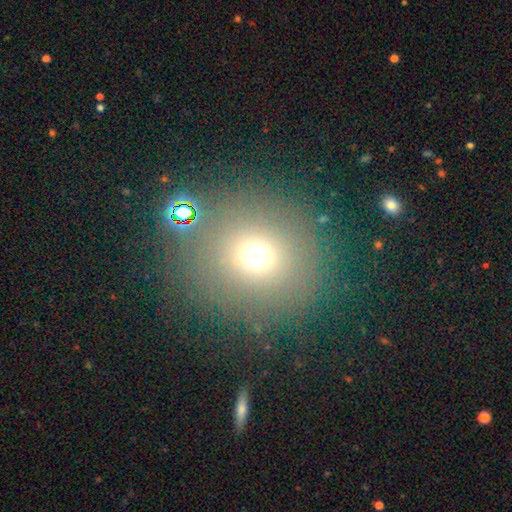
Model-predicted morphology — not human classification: The model was most divided on "smooth or featured": smooth: 66%, star or artifact: 23%, featured or disk: 11%. More confident: how rounded — round (91%); merging — none (82%).